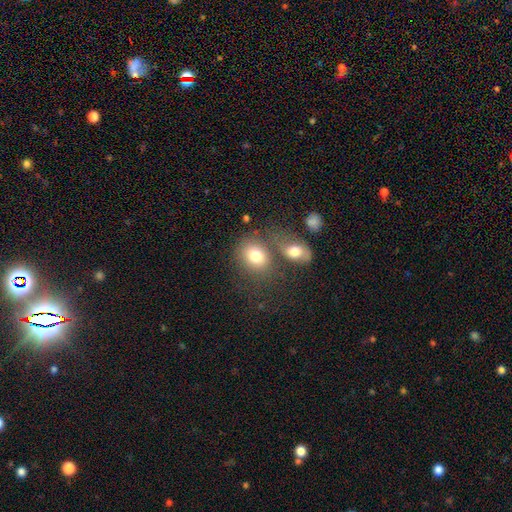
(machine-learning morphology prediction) This appears to be a smooth galaxy with no disk features (79%) that is in between round and cigar-shaped (54%). Merging: none (53%).